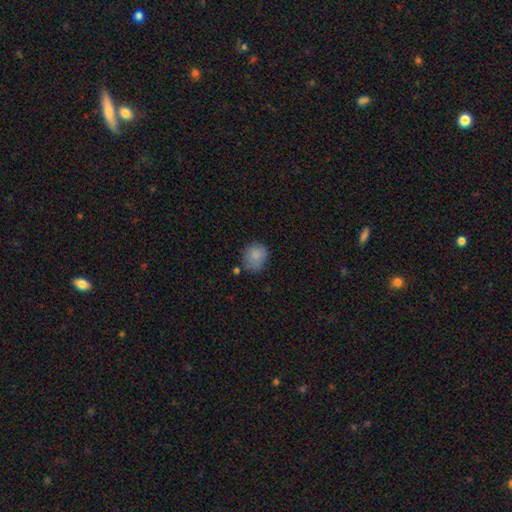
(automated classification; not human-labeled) A smooth galaxy with no disk features (86%) that is round (68%). Merging: none (73%).